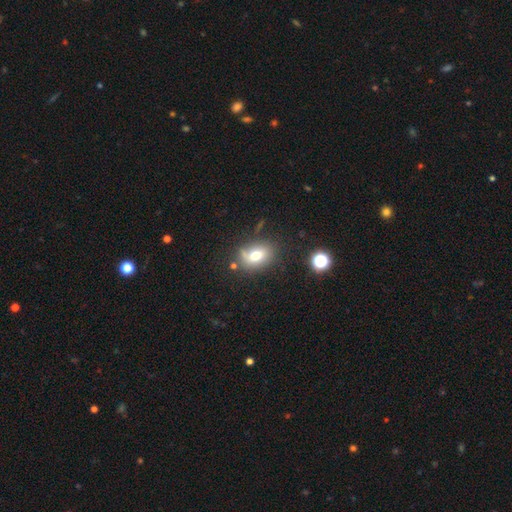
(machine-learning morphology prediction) Smooth or featured: smooth — 69% (featured or disk — 19%)
How rounded: in between — 66% (round — 32%)
Merging: none — 66% (minor disturbance — 20%)